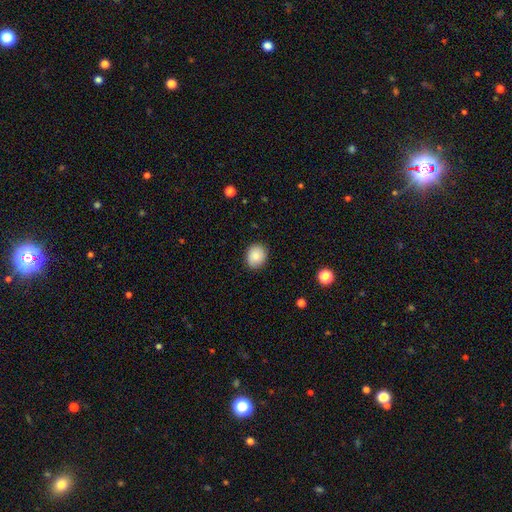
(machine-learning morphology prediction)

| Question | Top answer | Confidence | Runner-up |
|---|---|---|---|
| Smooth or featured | smooth | 85% | featured or disk (8%) |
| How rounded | round | 62% | in between (37%) |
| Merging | none | 86% | minor disturbance (11%) |